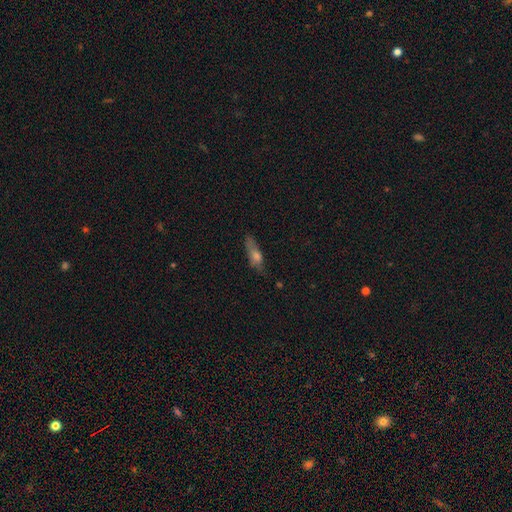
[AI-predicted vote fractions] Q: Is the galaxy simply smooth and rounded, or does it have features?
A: smooth — 53%.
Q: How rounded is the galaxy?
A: cigar-shaped — 62%.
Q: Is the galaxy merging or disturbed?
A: none — 69%.